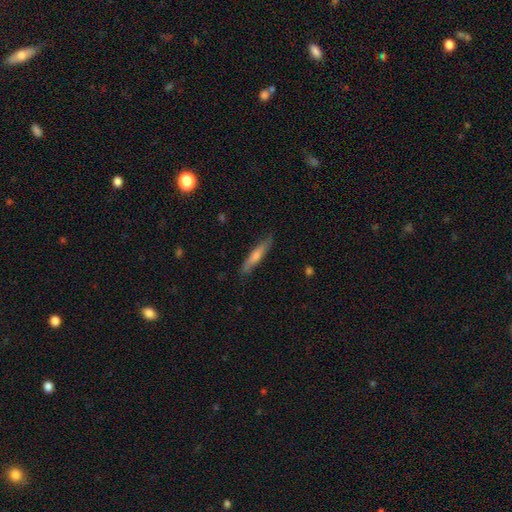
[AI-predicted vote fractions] Q: Smooth or featured?
A: smooth (54%); runner-up: featured or disk (40%)
Q: How rounded?
A: cigar-shaped (91%); runner-up: in between (8%)
Q: Merging?
A: none (84%); runner-up: minor disturbance (12%)